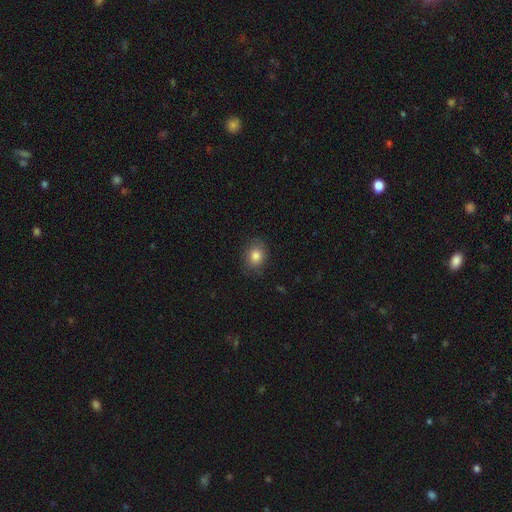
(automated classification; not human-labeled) Morphology: type=smooth (83%); roundness=in between (50%); merging=none (83%).